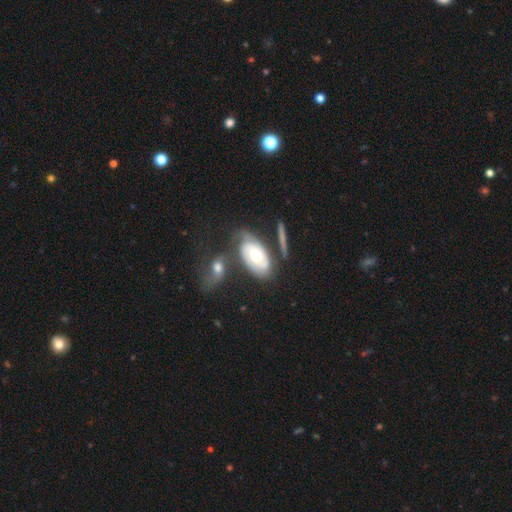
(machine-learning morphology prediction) Smooth or featured? Predicted: featured or disk (p=0.64). Edge-on disk? Predicted: no (p=0.92). Bar? Predicted: no (p=0.76). Spiral arms? Predicted: yes (p=0.77). Bulge size? Predicted: moderate (p=0.72). Merging? Predicted: none (p=0.45).